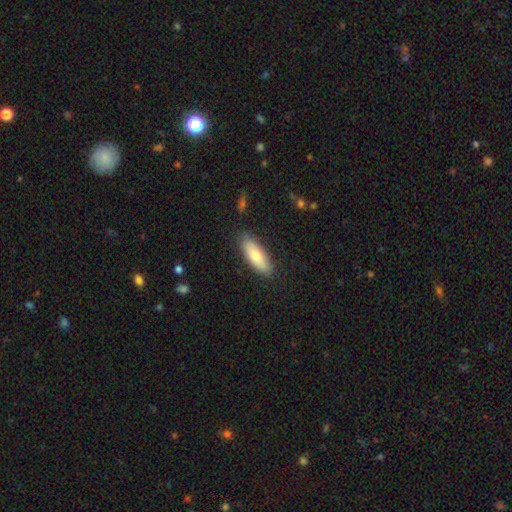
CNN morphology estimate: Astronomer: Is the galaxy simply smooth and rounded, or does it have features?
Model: smooth — 75%.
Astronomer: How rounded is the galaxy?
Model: in between — 62%.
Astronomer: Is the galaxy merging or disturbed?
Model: none — 86%.